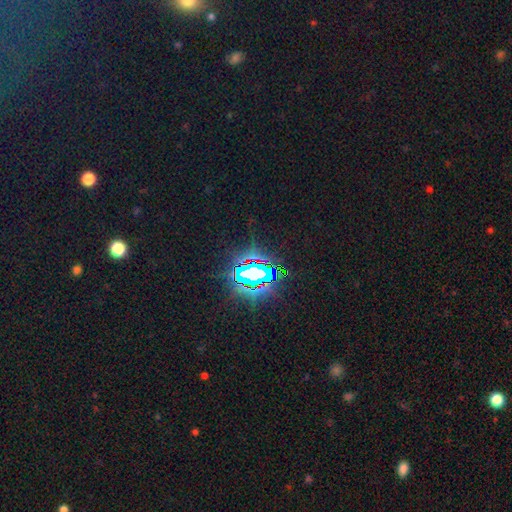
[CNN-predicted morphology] This is clearly a star or artifact rather than a galaxy (82%).